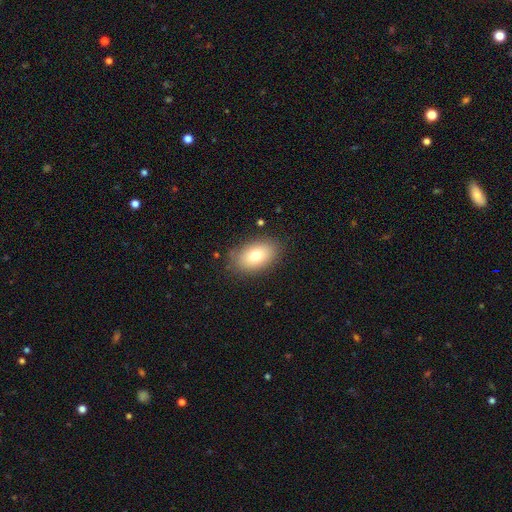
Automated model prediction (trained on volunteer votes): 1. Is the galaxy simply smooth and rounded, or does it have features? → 77% smooth, 14% featured or disk, 9% star or artifact.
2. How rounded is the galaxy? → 88% in between, 10% round, 1% cigar-shaped.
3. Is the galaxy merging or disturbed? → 83% none, 12% minor disturbance, 3% major disturbance, 1% merger.